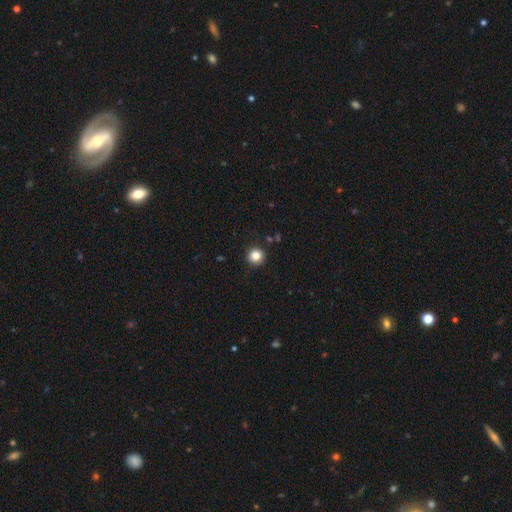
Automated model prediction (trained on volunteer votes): Overall: smooth (84%). How rounded: round (94%). Merging: none (91%).